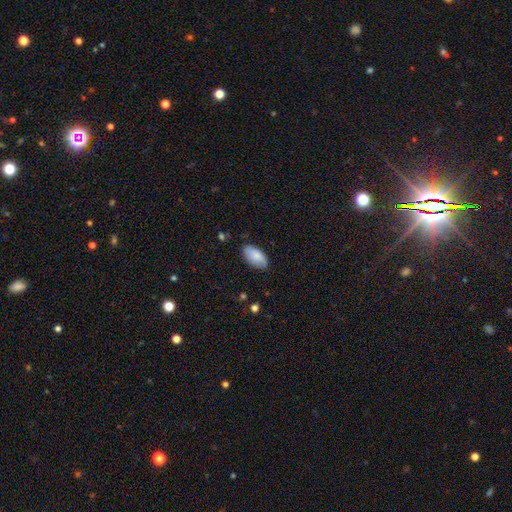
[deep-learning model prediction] Overall: smooth (84%). How rounded: in between (95%). Merging: none (81%).